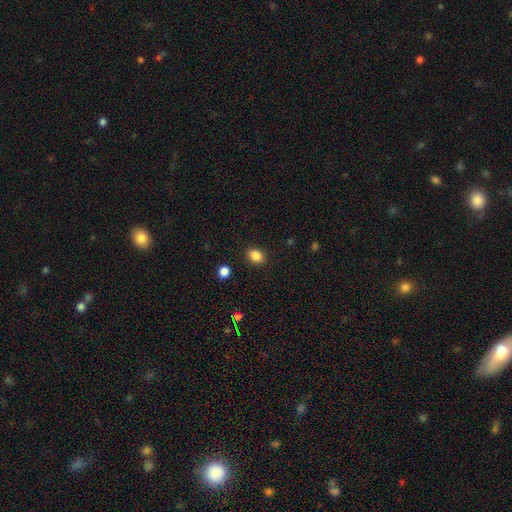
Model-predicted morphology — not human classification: smooth-or-featured: smooth: 85% | star or artifact: 11% | featured or disk: 4%
  how-rounded: in between: 54% | round: 45% | cigar-shaped: 1%
  merging: none: 89% | minor disturbance: 7% | major disturbance: 2% | merger: 2%